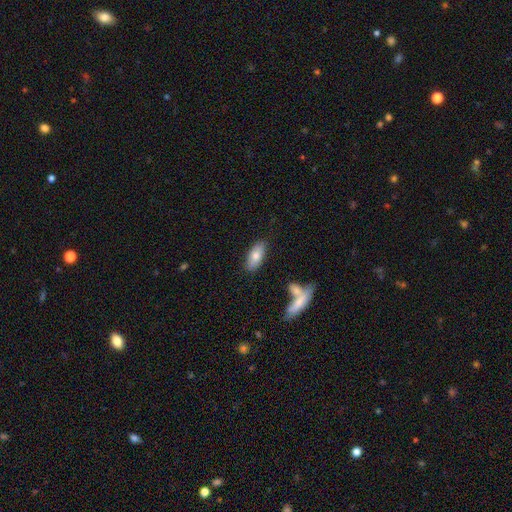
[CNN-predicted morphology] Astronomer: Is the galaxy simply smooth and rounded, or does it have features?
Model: smooth — 75%.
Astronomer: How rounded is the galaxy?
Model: in between — 86%.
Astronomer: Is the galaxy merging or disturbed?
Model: none — 81%.